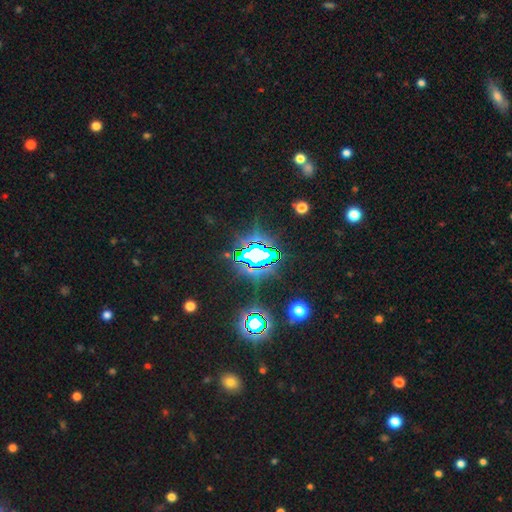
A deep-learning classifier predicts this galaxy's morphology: Smooth or featured? star or artifact (77%)